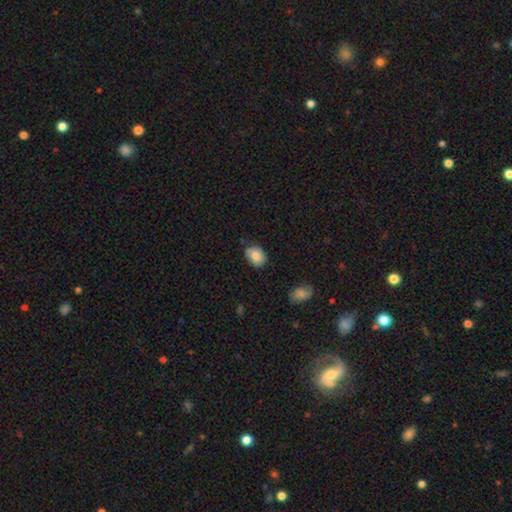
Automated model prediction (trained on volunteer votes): Q: Smooth or featured?
A: smooth (78%); runner-up: featured or disk (14%)
Q: How rounded?
A: in between (66%); runner-up: round (33%)
Q: Merging?
A: none (72%); runner-up: minor disturbance (23%)